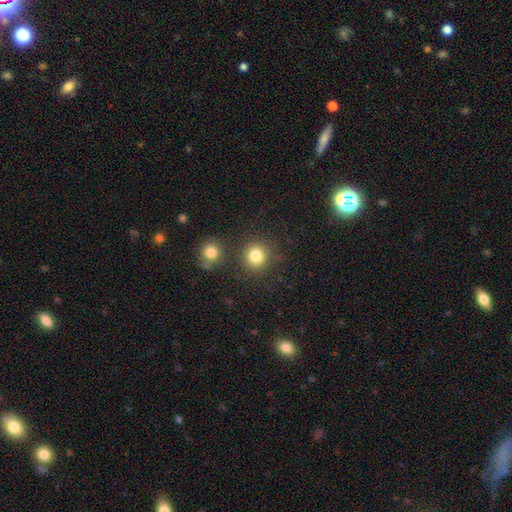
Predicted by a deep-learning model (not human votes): This is clearly a smooth galaxy (83%). How rounded: clearly round (88%). Merging: likely none (79%).